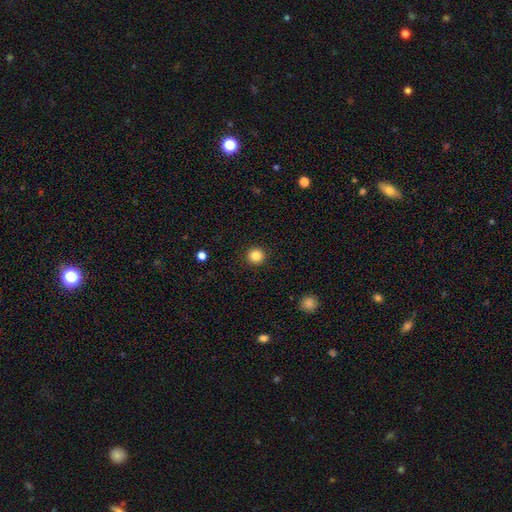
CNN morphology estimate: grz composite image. It shows a smooth galaxy with no disk features (84%) that is round (94%). Merging: none (92%).